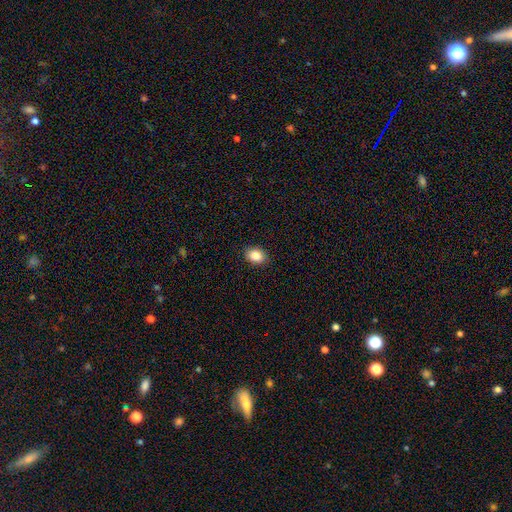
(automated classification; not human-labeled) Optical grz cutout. It shows a smooth galaxy with no disk features (88%) that is in between round and cigar-shaped (69%). Merging: none (89%).